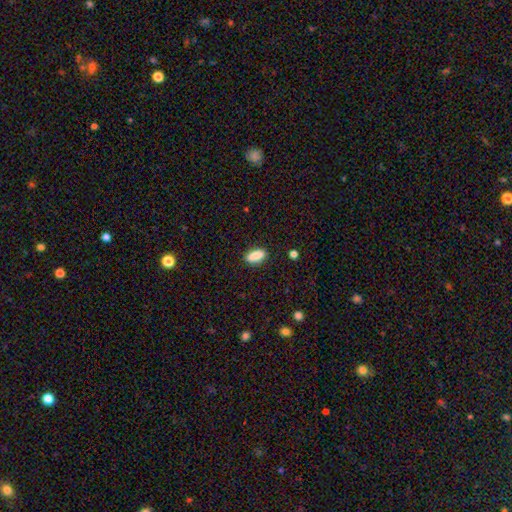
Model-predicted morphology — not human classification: Smooth or featured? smooth (85%)
How rounded? in between (69%)
Merging? none (87%)